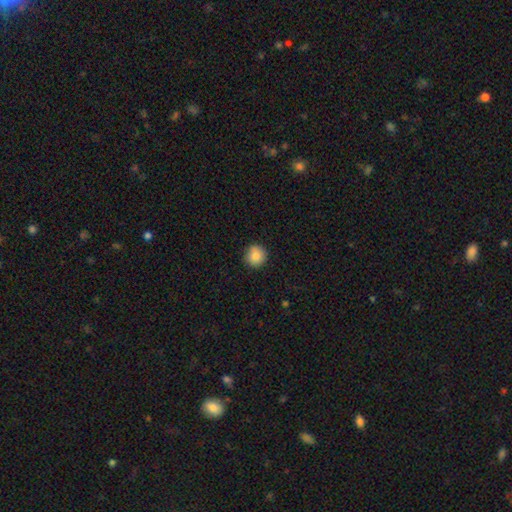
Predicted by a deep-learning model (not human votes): Overall: smooth (86%). How rounded: round (93%). Merging: none (87%).